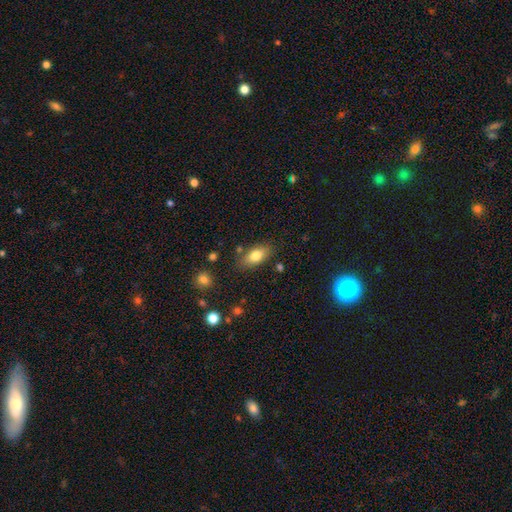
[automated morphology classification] A smooth galaxy with no disk features (78%) that is in between round and cigar-shaped (87%). Merging: none (79%).